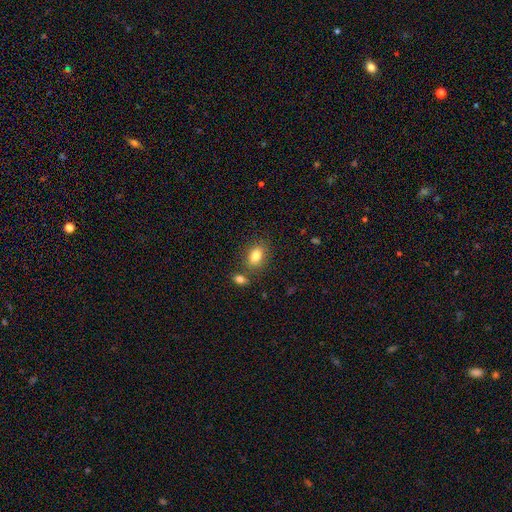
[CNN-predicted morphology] A smooth galaxy with no disk features (83%) that is in between round and cigar-shaped (83%).

Vote fractions:
- Smooth or featured? smooth: 83% / star or artifact: 9% / featured or disk: 8%
- How rounded? in between: 83% / round: 15% / cigar-shaped: 2%
- Merging? none: 73% / merger: 12% / minor disturbance: 12% / major disturbance: 3%